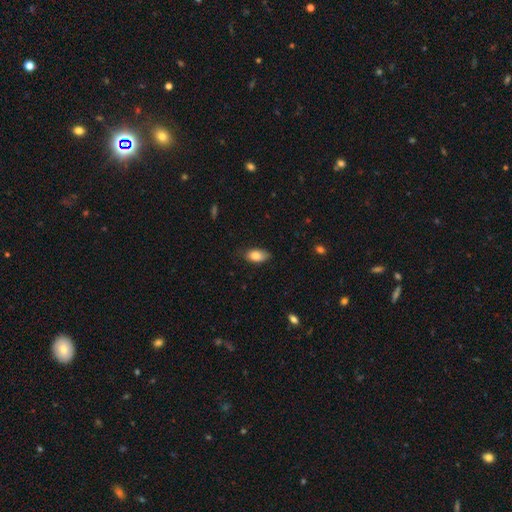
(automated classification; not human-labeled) A smooth galaxy with no disk features (83%) that is in between round and cigar-shaped (91%).

Vote fractions:
- Smooth or featured? smooth: 83% / featured or disk: 9% / star or artifact: 7%
- How rounded? in between: 91% / round: 5% / cigar-shaped: 3%
- Merging? none: 74% / minor disturbance: 22% / major disturbance: 3% / merger: 1%